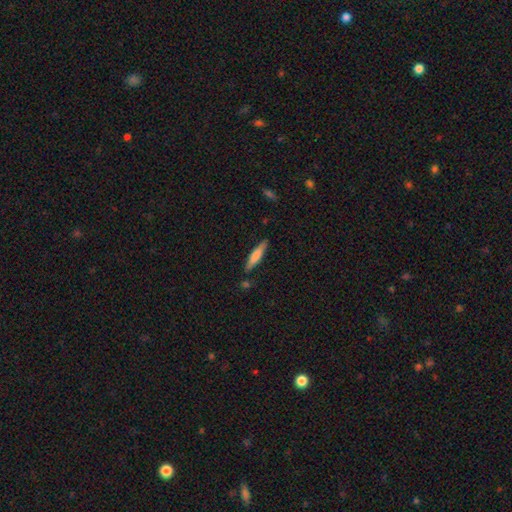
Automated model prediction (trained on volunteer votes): Smooth or featured? Predicted: smooth (p=0.61). How rounded? Predicted: cigar-shaped (p=0.88). Merging? Predicted: none (p=0.84).